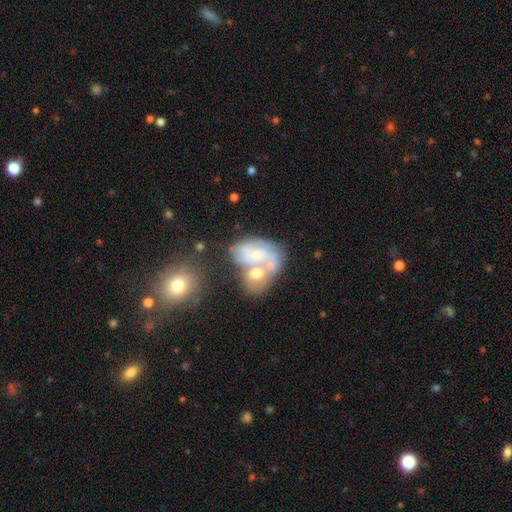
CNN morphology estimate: smooth_or_featured: featured or disk (p=0.60) [alt: smooth p=0.30]
disk_edge_on: no (p=0.97) [alt: yes p=0.03]
bar: no (p=0.75) [alt: weak p=0.20]
has_spiral_arms: yes (p=0.56) [alt: no p=0.44]
bulge_size: small (p=0.43) [alt: moderate p=0.36]
merging: merger (p=0.53) [alt: none p=0.23]